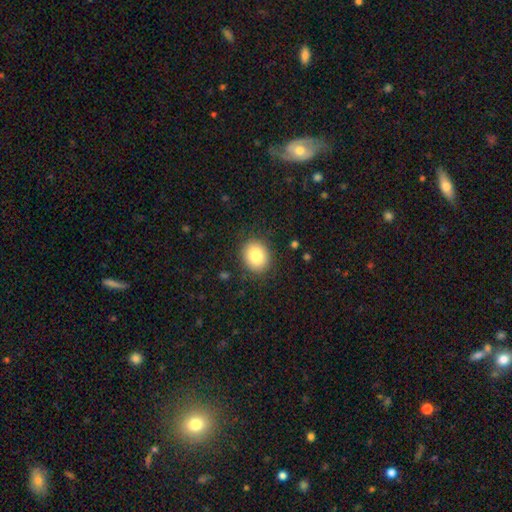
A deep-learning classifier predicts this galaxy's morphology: This appears to be a smooth galaxy with no disk features (84%) that is round (64%). Merging: none (86%).